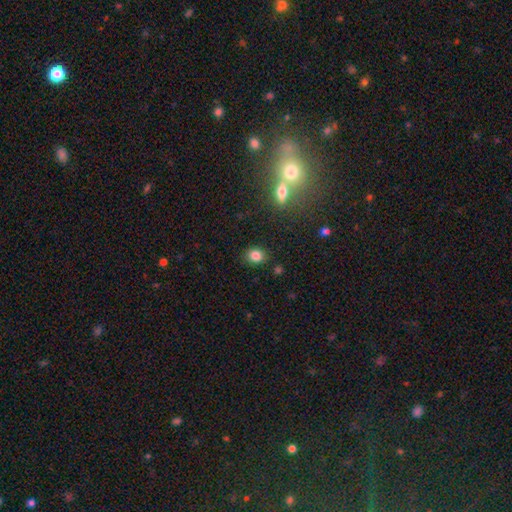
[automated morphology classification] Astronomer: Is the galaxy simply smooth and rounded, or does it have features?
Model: smooth — 83%.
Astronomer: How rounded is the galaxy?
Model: round — 64%.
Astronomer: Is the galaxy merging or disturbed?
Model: none — 87%.